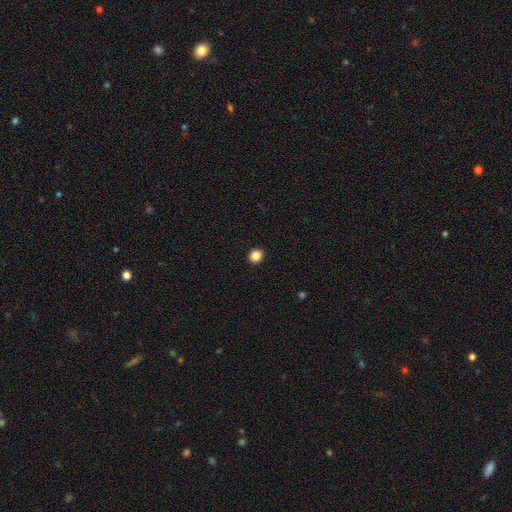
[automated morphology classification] A smooth galaxy with no disk features (86%) that is round (81%). Merging: none (93%).